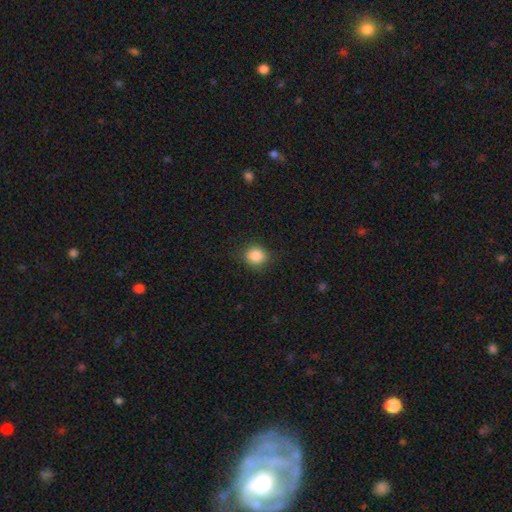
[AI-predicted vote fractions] Smooth or featured: smooth — 86% (star or artifact — 10%)
How rounded: round — 78% (in between — 21%)
Merging: none — 86% (minor disturbance — 10%)